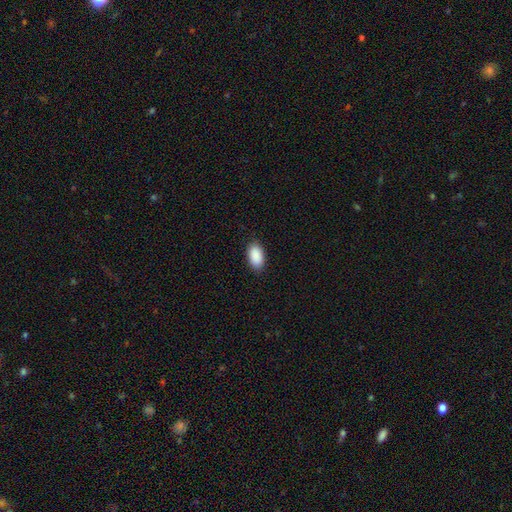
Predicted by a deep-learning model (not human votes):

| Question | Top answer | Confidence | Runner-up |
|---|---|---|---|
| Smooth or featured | smooth | 91% | star or artifact (6%) |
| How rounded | in between | 95% | round (3%) |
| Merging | none | 90% | minor disturbance (8%) |